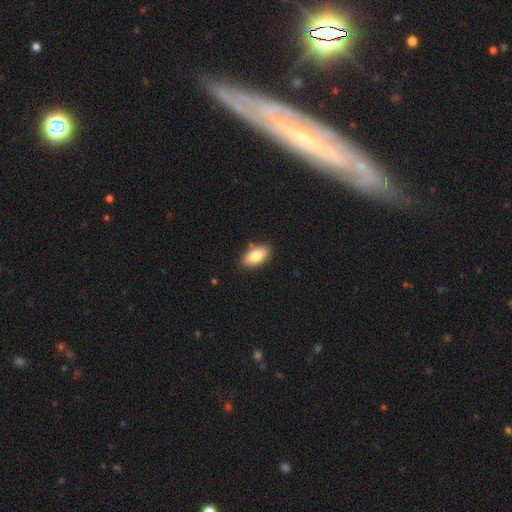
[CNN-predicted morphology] Overall: smooth (81%). How rounded: in between (92%). Merging: none (84%).